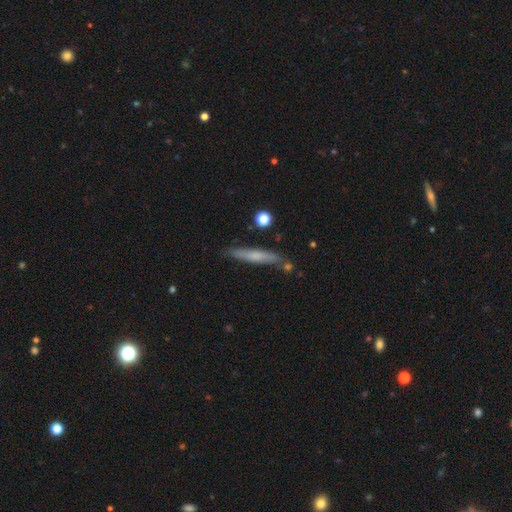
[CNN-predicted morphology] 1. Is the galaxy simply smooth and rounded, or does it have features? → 54% smooth, 39% featured or disk, 7% star or artifact.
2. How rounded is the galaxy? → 93% cigar-shaped, 5% in between, 2% round.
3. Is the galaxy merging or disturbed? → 81% none, 12% minor disturbance, 4% merger, 2% major disturbance.